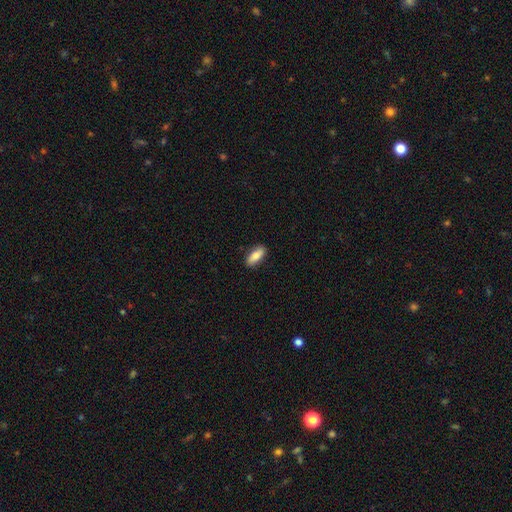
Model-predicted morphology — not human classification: The model was most divided on "how rounded": in between: 78%, cigar-shaped: 20%, round: 3%. More confident: merging — none (87%); smooth or featured — smooth (81%).